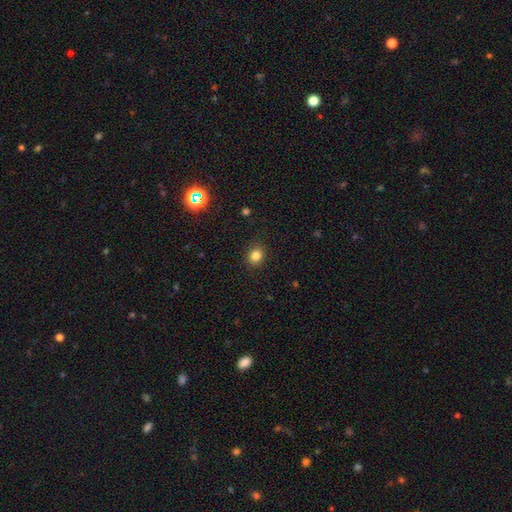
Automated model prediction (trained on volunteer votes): Q: Smooth or featured?
A: smooth (82%); runner-up: star or artifact (13%)
Q: How rounded?
A: round (74%); runner-up: in between (25%)
Q: Merging?
A: none (89%); runner-up: minor disturbance (8%)